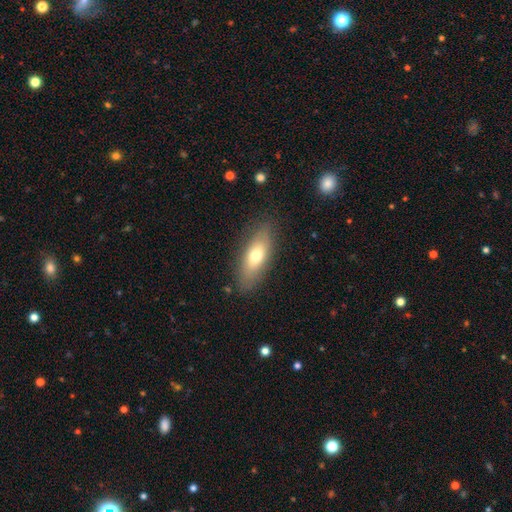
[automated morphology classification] smooth_or_featured: smooth (p=0.68) [alt: featured or disk p=0.26]
how_rounded: in between (p=0.71) [alt: cigar-shaped p=0.26]
merging: none (p=0.82) [alt: minor disturbance p=0.13]